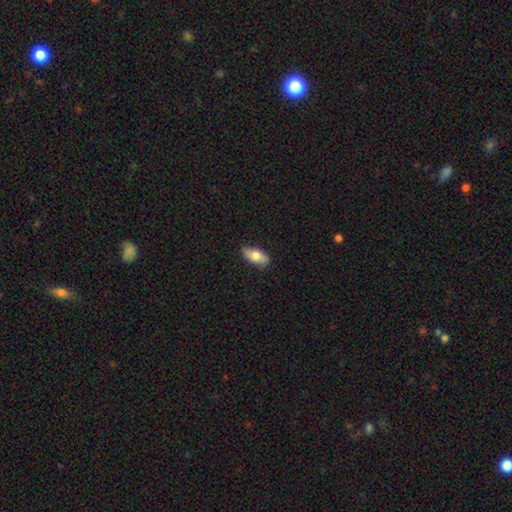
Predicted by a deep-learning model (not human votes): Morphology: type=smooth (75%); roundness=in between (88%); merging=none (85%).